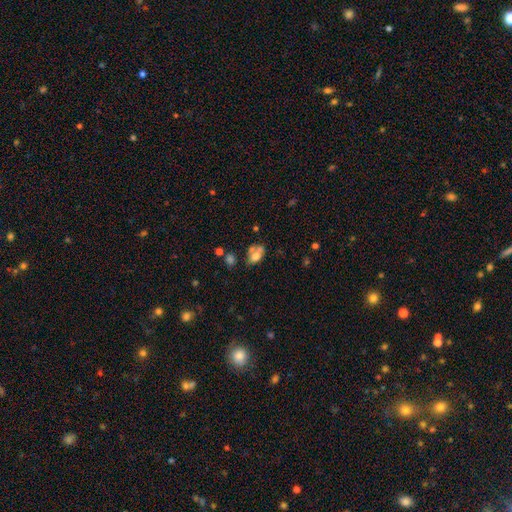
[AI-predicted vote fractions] This appears to be a smooth galaxy with no disk features (64%) that is in between round and cigar-shaped (76%). Merging: merger (42%).